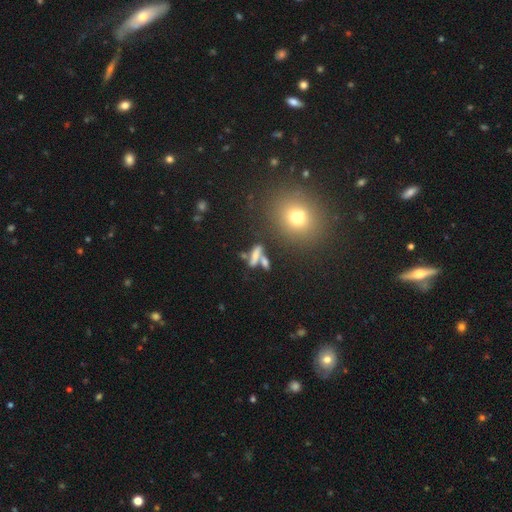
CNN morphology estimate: smooth 59%, featured or disk 25%, star or artifact 16%. Down the decision tree: how rounded — cigar-shaped (61%); merging — none (48%).